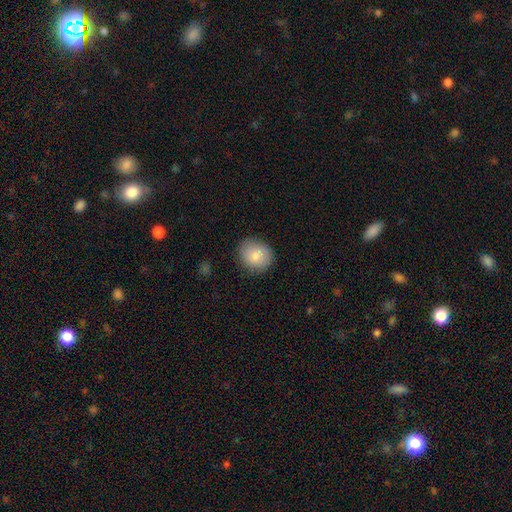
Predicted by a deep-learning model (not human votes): A smooth galaxy with no disk features (82%) that is round (76%).

Vote fractions:
- Smooth or featured? smooth: 82% / featured or disk: 11% / star or artifact: 8%
- How rounded? round: 76% / in between: 23% / cigar-shaped: 1%
- Merging? none: 82% / minor disturbance: 14% / major disturbance: 3% / merger: 1%